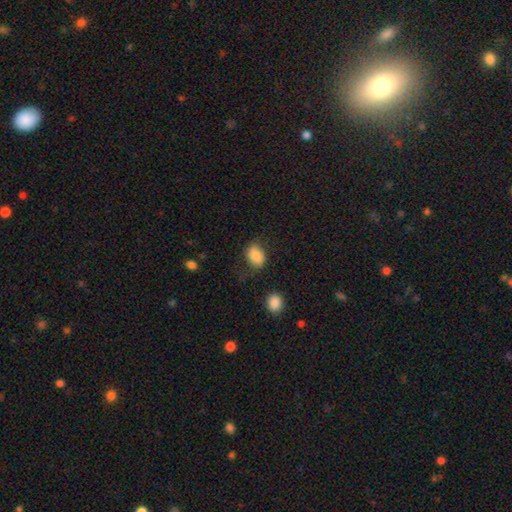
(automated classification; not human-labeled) smooth-or-featured: smooth: 83% | featured or disk: 9% | star or artifact: 8%
  how-rounded: in between: 74% | round: 25% | cigar-shaped: 1%
  merging: none: 65% | minor disturbance: 22% | major disturbance: 9% | merger: 3%